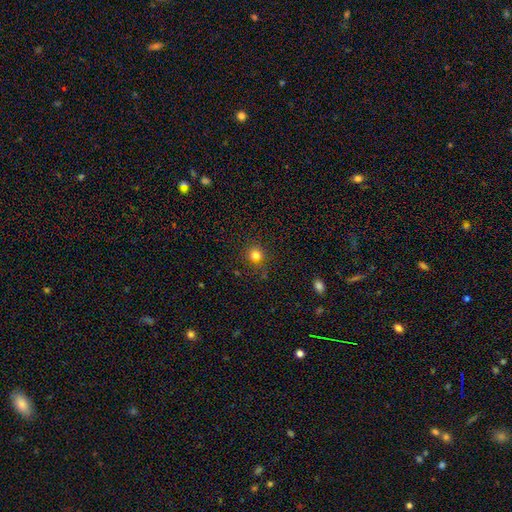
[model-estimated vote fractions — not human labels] Morphology: type=smooth (79%); roundness=round (90%); merging=none (84%).